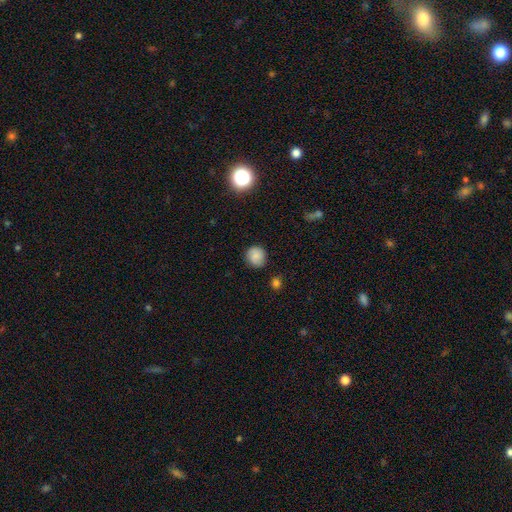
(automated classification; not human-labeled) Smooth or featured? Predicted: smooth (p=0.81). How rounded? Predicted: round (p=0.88). Merging? Predicted: none (p=0.85).